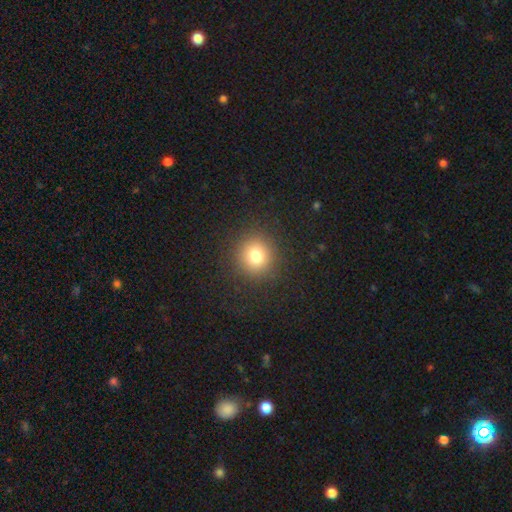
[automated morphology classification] Smooth or featured?
  - smooth: 78% *
  - star or artifact: 14%
  - featured or disk: 8%
How rounded?
  - round: 92% *
  - in between: 7%
  - cigar-shaped: 1%
Merging?
  - none: 90% *
  - minor disturbance: 6%
  - major disturbance: 3%
  - merger: 1%